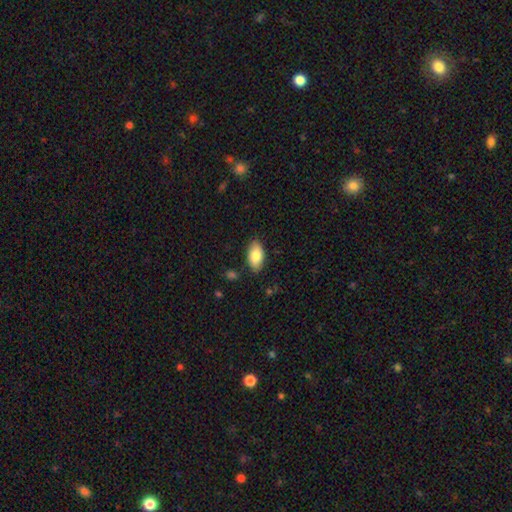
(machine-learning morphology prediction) smooth_or_featured: smooth (p=0.83) [alt: featured or disk p=0.10]
how_rounded: in between (p=0.94) [alt: round p=0.03]
merging: none (p=0.85) [alt: minor disturbance p=0.11]